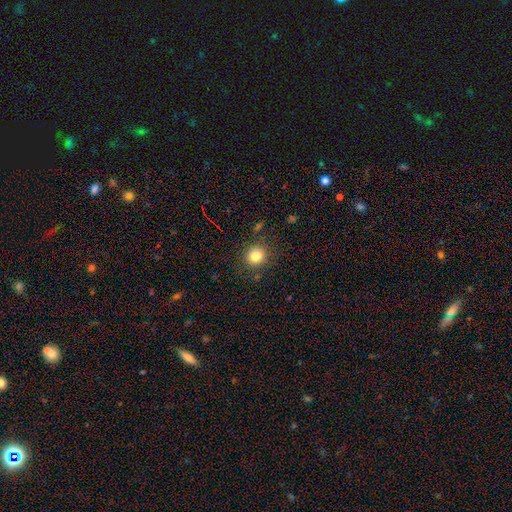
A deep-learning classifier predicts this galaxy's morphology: A smooth galaxy with no disk features (82%) that is round (86%). Merging: none (86%).